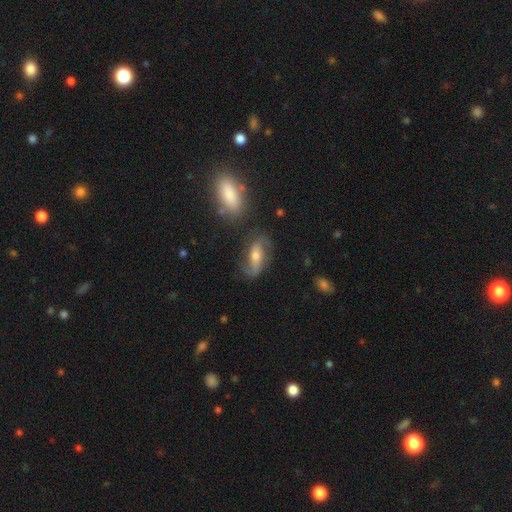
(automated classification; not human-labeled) Smooth or featured? Predicted: featured or disk (p=0.69). Edge-on disk? Predicted: no (p=0.91). Bar? Predicted: no (p=0.36). Spiral arms? Predicted: yes (p=0.89). Spiral winding? Predicted: loose (p=0.50). Spiral arm count? Predicted: 2 (p=0.86). Bulge size? Predicted: moderate (p=0.58). Merging? Predicted: none (p=0.69).